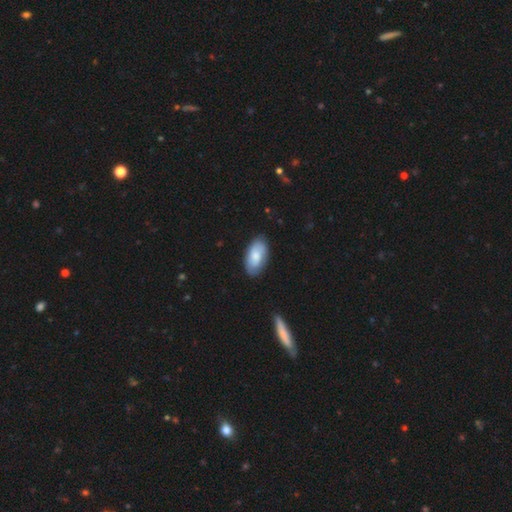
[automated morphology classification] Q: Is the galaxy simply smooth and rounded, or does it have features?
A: smooth — 70%.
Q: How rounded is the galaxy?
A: in between — 95%.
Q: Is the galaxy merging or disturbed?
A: none — 79%.